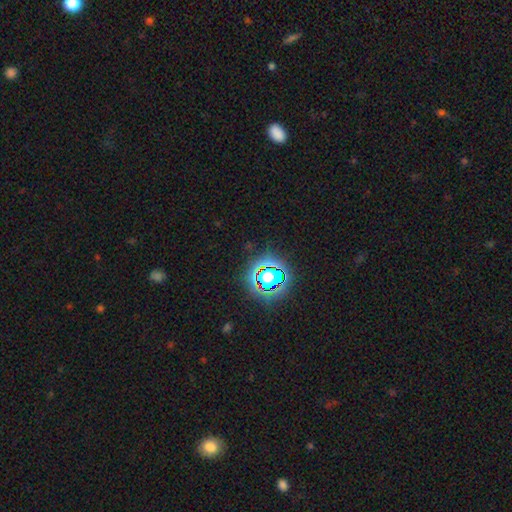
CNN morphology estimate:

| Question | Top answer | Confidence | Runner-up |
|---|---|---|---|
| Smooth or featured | star or artifact | 78% | smooth (14%) |